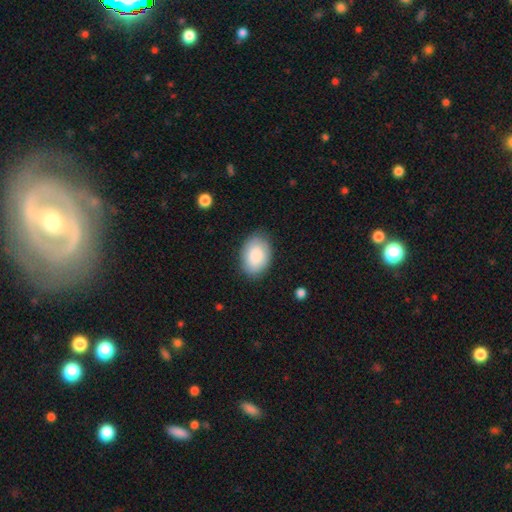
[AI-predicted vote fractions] The model was most divided on "how rounded": in between: 84%, round: 15%, cigar-shaped: 1%. More confident: smooth or featured — smooth (86%); merging — none (83%).